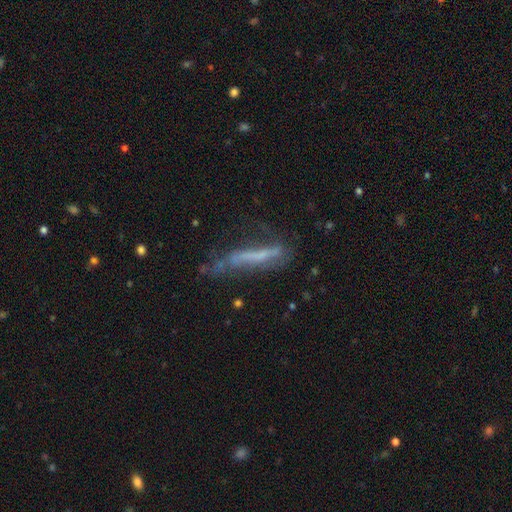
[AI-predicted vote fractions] Smooth or featured? featured or disk (54%)
Edge-on disk? yes (61%)
Merging? none (45%)